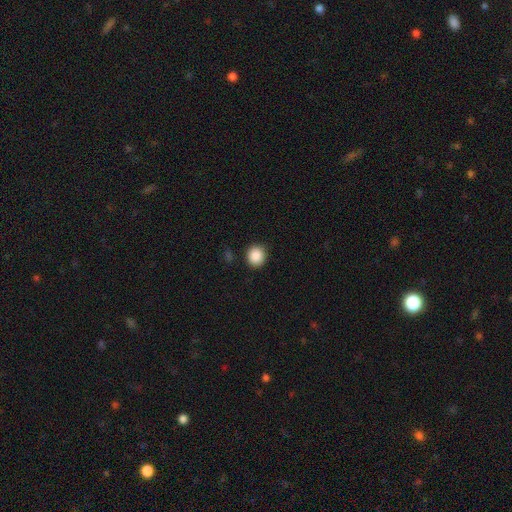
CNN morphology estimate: smooth-or-featured: smooth: 89% | star or artifact: 9% | featured or disk: 3%
  how-rounded: round: 84% | in between: 15% | cigar-shaped: 1%
  merging: none: 89% | minor disturbance: 7% | major disturbance: 2% | merger: 1%